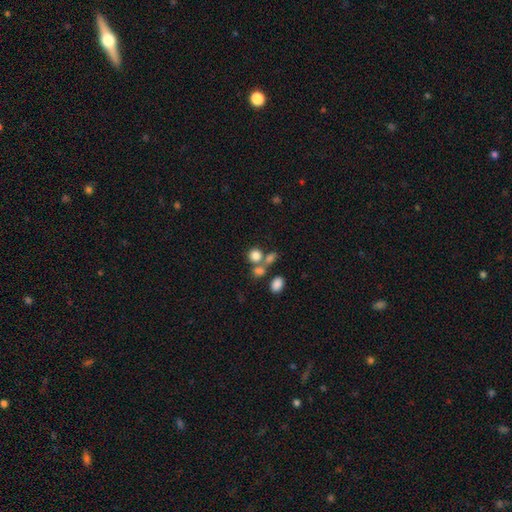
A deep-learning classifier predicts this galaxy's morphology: type=smooth (78%); roundness=round (79%); merging=none (48%).